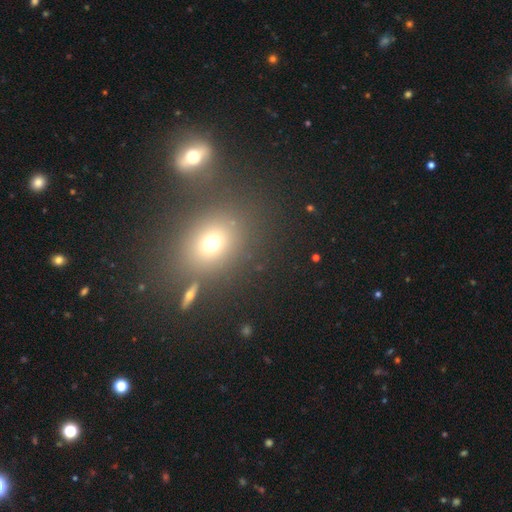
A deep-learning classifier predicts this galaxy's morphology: smooth_or_featured: smooth (p=0.55) [alt: star or artifact p=0.33]
how_rounded: round (p=0.51) [alt: in between p=0.46]
merging: none (p=0.75) [alt: merger p=0.13]